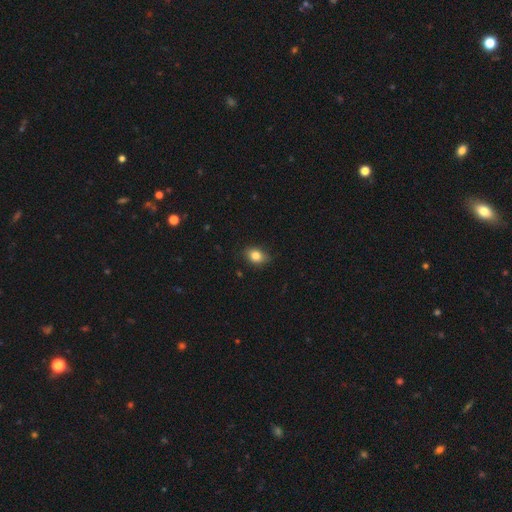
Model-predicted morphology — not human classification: This appears to be a smooth galaxy with no disk features (83%) that is in between round and cigar-shaped (65%). Merging: none (80%).